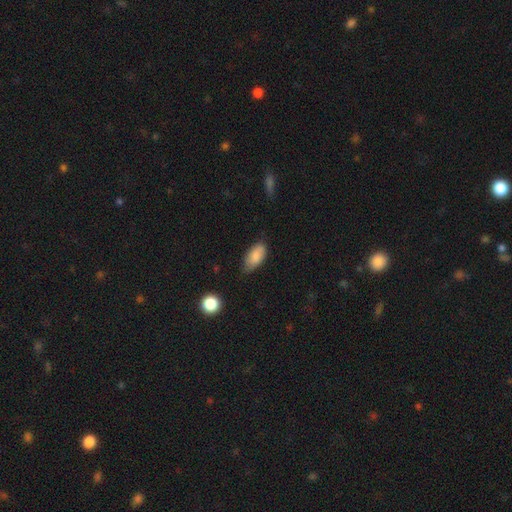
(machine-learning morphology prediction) smooth 86%, star or artifact 7%, featured or disk 7%. Down the decision tree: how rounded — in between (91%); merging — none (65%).